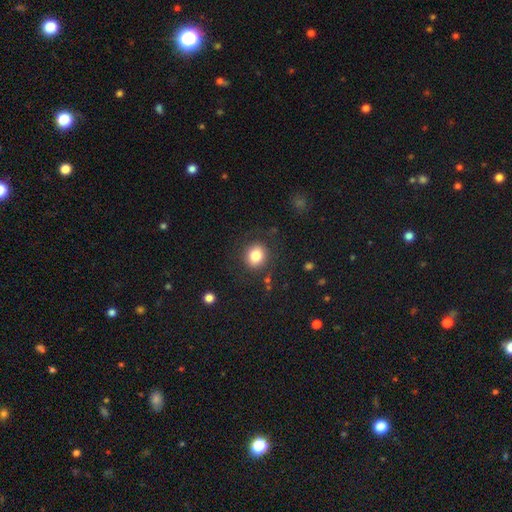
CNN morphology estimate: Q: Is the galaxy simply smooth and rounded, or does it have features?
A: smooth — 83%.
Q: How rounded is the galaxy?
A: round — 76%.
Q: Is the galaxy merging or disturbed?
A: none — 84%.